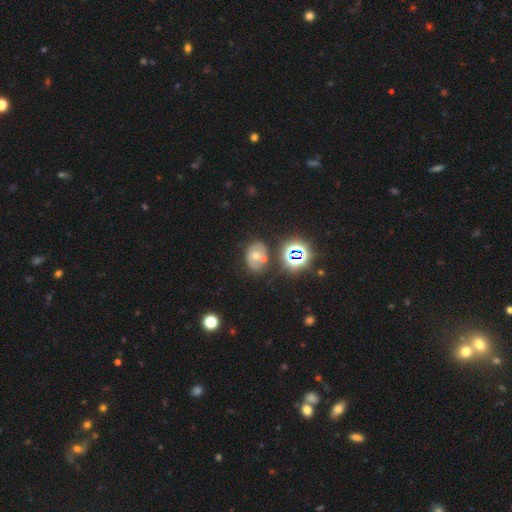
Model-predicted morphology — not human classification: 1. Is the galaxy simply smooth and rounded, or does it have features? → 36% featured or disk, 35% smooth, 29% star or artifact.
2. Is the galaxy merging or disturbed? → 58% none, 20% minor disturbance, 13% merger, 8% major disturbance.